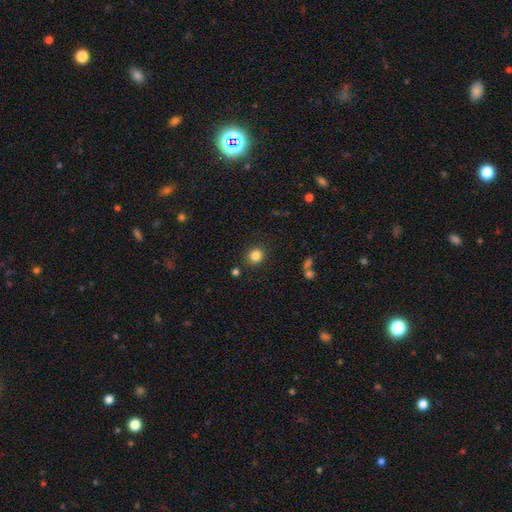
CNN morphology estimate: This is clearly a smooth galaxy (84%). How rounded: clearly round (87%). Merging: clearly none (88%).